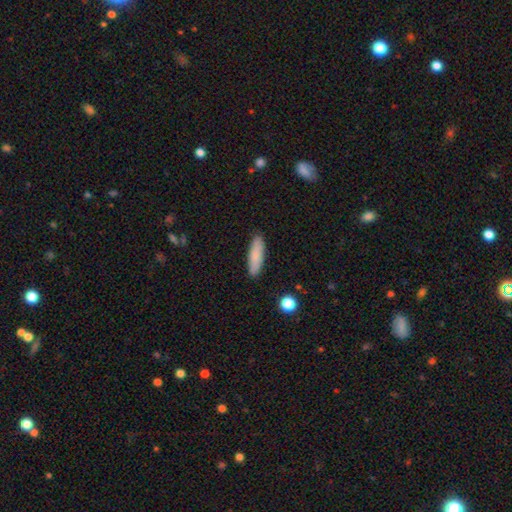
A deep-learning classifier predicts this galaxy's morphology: Q: Smooth or featured?
A: smooth (84%); runner-up: featured or disk (9%)
Q: How rounded?
A: cigar-shaped (65%); runner-up: in between (33%)
Q: Merging?
A: none (89%); runner-up: minor disturbance (8%)